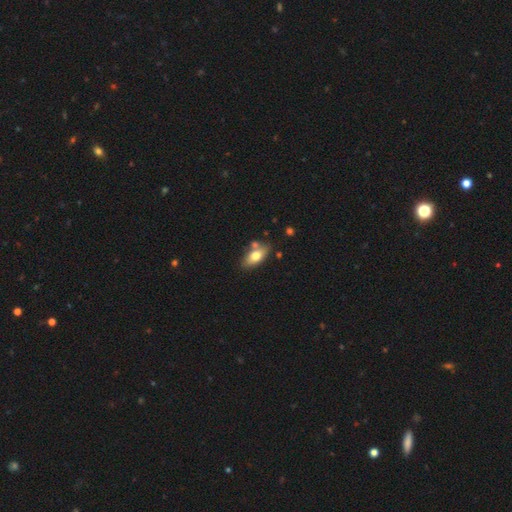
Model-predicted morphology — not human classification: This appears to be a smooth galaxy with no disk features (72%) that is in between round and cigar-shaped (87%). Merging: none (67%).